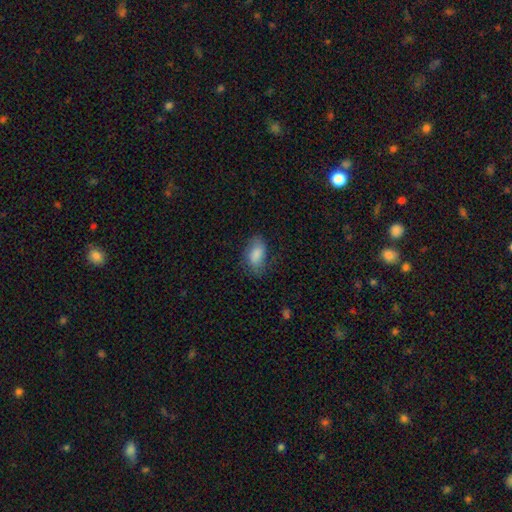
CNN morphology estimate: Smooth or featured? Predicted: smooth (p=0.83). How rounded? Predicted: in between (p=0.91). Merging? Predicted: none (p=0.70).